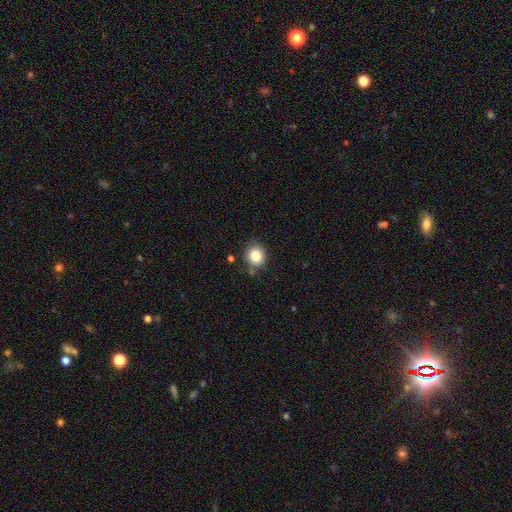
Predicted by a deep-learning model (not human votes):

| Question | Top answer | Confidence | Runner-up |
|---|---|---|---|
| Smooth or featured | smooth | 83% | star or artifact (10%) |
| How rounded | round | 79% | in between (20%) |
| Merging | none | 78% | minor disturbance (14%) |